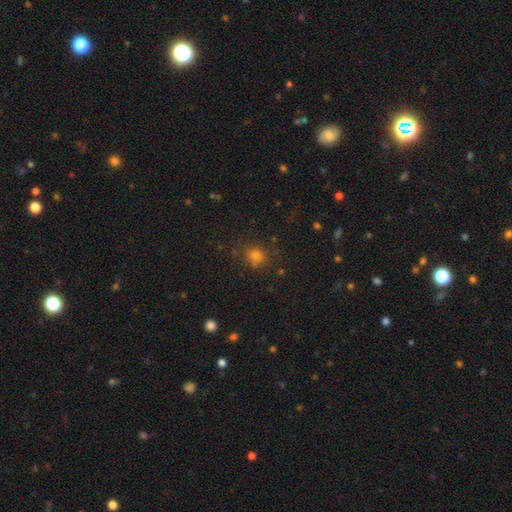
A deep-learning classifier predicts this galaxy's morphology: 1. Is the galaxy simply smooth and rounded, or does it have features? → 73% smooth, 21% star or artifact, 7% featured or disk.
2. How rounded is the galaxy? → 81% round, 18% in between, 1% cigar-shaped.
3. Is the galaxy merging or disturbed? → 81% none, 12% minor disturbance, 4% major disturbance, 3% merger.